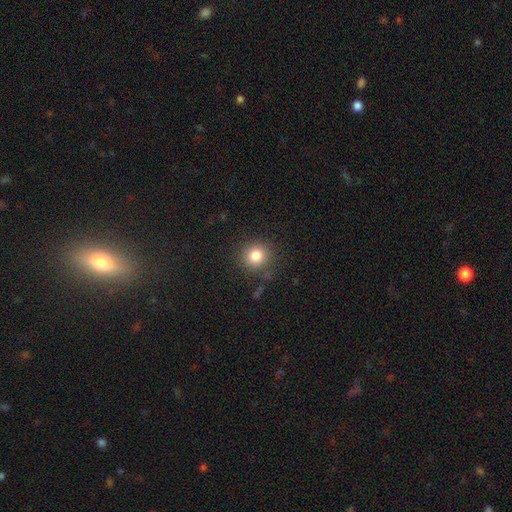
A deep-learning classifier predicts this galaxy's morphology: Smooth or featured: smooth — 82% (star or artifact — 11%)
How rounded: round — 90% (in between — 9%)
Merging: none — 84% (minor disturbance — 10%)